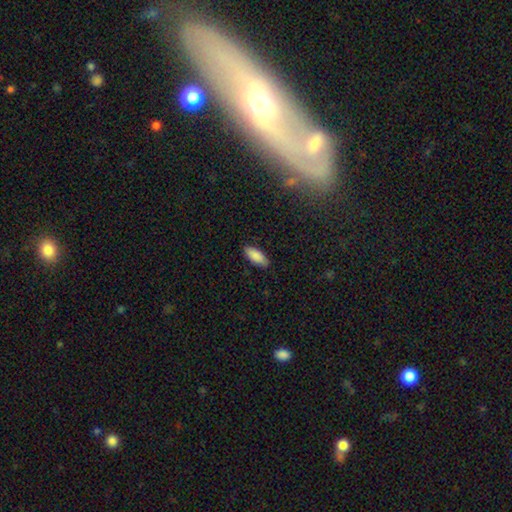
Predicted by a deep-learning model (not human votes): Overall: smooth (88%). How rounded: in between (81%). Merging: none (86%).